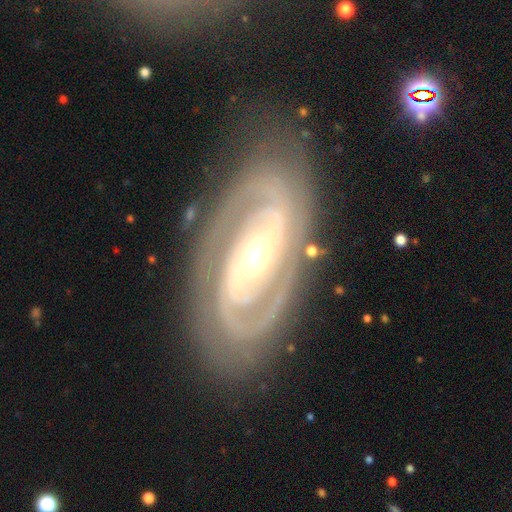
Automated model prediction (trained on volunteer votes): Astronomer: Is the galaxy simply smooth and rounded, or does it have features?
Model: featured or disk — 90%.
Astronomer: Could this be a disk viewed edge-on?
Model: no — 95%.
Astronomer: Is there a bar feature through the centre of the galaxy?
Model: no — 49% (runner-up: weak, 26%).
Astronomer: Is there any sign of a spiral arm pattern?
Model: yes — 94%.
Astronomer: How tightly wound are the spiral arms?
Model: tight — 67%.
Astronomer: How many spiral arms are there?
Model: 2 — 75%.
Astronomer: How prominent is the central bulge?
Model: moderate — 53% (runner-up: small, 40%).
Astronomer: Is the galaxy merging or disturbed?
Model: none — 78%.